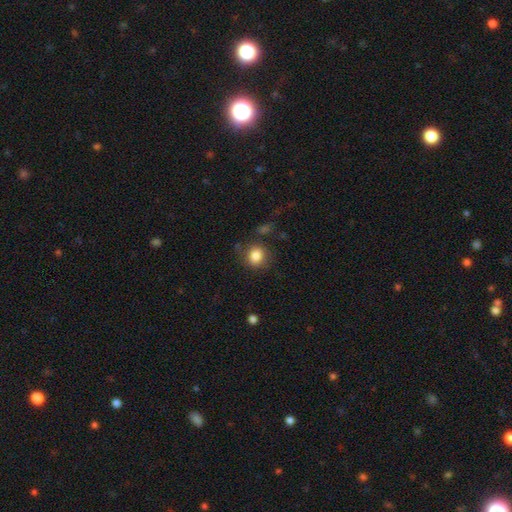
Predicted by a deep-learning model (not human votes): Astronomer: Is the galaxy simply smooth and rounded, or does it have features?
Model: smooth — 84%.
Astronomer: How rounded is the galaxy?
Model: round — 82%.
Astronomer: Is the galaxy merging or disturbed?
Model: none — 79%.